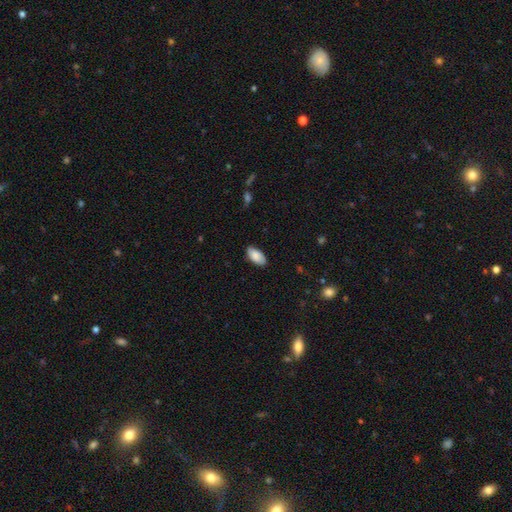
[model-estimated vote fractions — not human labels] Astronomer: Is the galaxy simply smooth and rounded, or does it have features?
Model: smooth — 86%.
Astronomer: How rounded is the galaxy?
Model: in between — 95%.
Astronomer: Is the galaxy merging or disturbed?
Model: none — 82%.